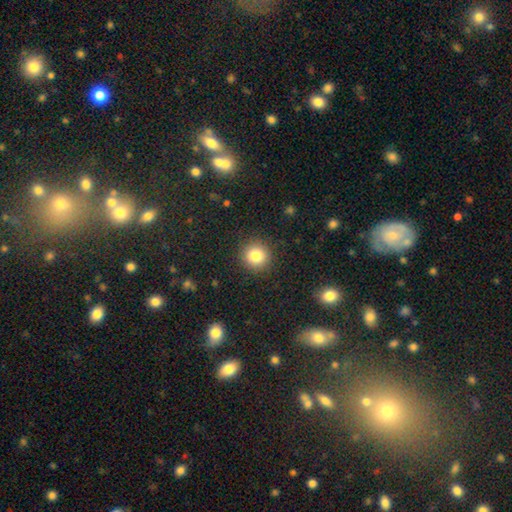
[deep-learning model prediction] A smooth galaxy with no disk features (83%) that is round (93%). Merging: none (90%).